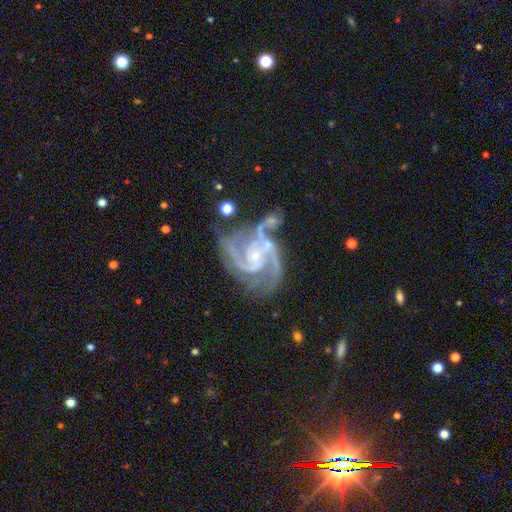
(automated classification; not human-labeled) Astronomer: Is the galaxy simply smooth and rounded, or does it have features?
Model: featured or disk — 92%.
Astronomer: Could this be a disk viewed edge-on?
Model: no — 98%.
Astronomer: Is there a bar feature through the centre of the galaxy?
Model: no — 58%.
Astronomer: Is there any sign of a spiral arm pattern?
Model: yes — 98%.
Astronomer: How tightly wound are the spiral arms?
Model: medium — 50% (runner-up: tight, 42%).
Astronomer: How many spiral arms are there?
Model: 3 — 43% (runner-up: 2, 33%).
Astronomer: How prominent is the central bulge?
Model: small — 78%.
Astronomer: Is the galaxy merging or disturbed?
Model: none — 44% (runner-up: minor disturbance, 22%).